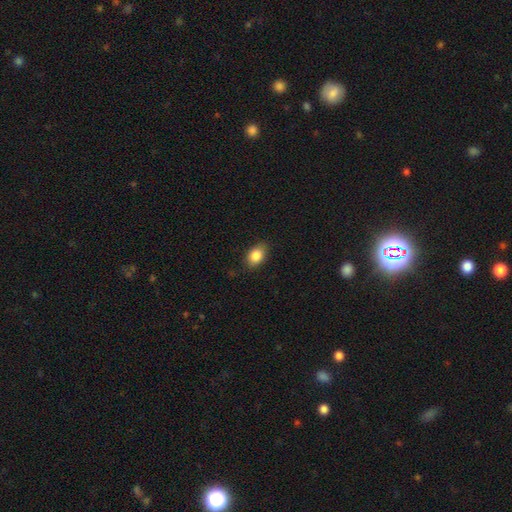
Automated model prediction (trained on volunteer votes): Smooth or featured? Predicted: smooth (p=0.85). How rounded? Predicted: in between (p=0.78). Merging? Predicted: none (p=0.84).